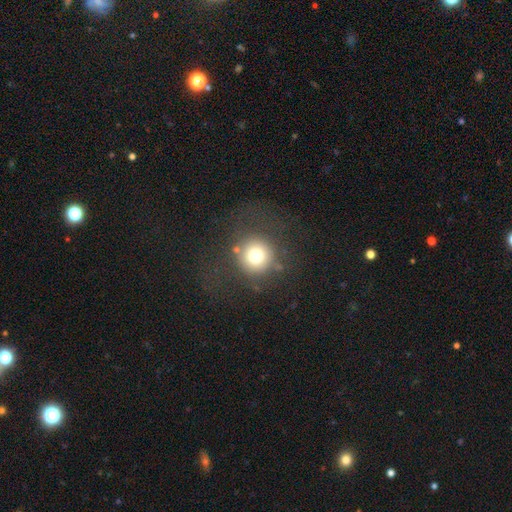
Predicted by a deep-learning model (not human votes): This is likely a smooth galaxy (72%). How rounded: clearly round (94%). Merging: likely none (75%).